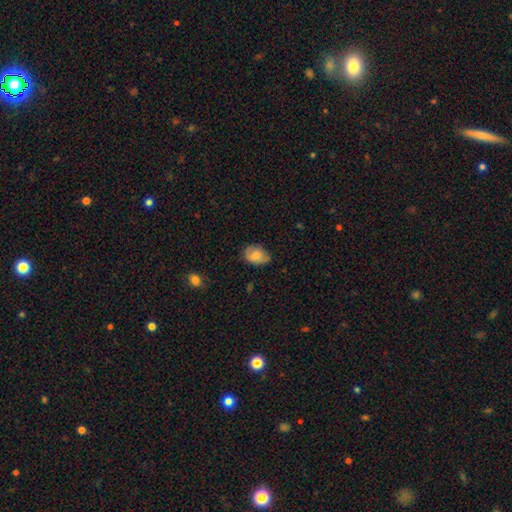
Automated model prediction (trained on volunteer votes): smooth_or_featured: smooth (p=0.75) [alt: featured or disk p=0.17]
how_rounded: in between (p=0.78) [alt: round p=0.21]
merging: none (p=0.68) [alt: minor disturbance p=0.25]